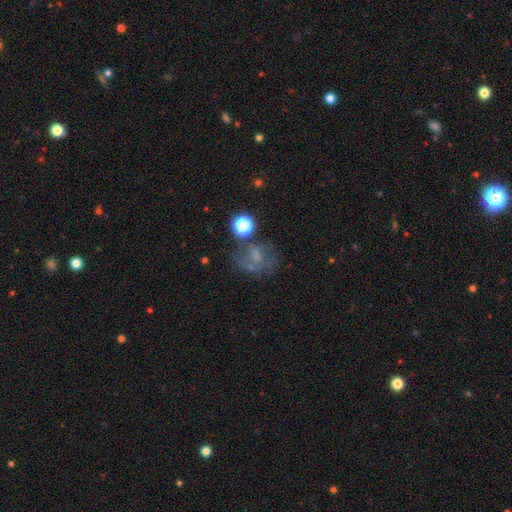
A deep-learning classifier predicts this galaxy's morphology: A smooth galaxy with no disk features (40%). Merging: none (41%).